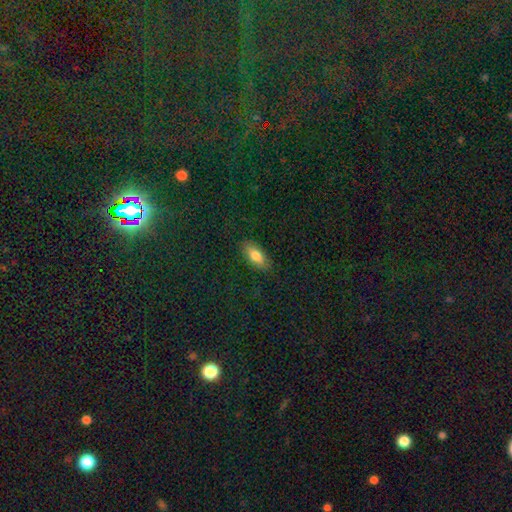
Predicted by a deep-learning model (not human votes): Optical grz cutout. It shows a smooth galaxy with no disk features (75%) that is in between round and cigar-shaped (79%). Merging: none (86%).